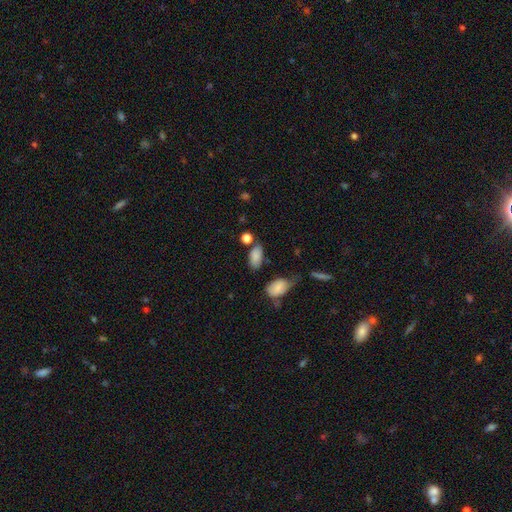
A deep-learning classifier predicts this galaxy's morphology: Overall: smooth (84%). How rounded: in between (92%). Merging: none (65%).